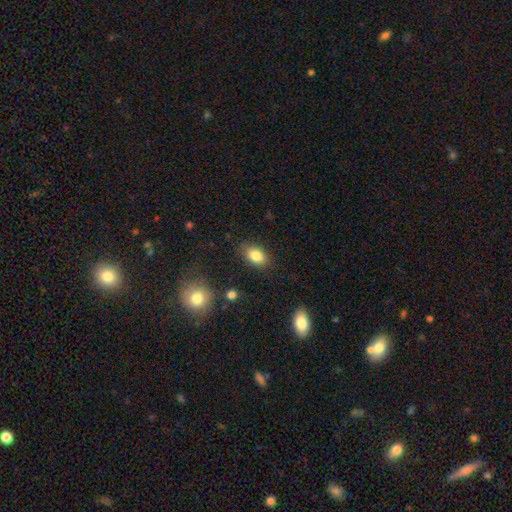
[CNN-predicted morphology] type=smooth (85%); roundness=in between (85%); merging=none (83%).